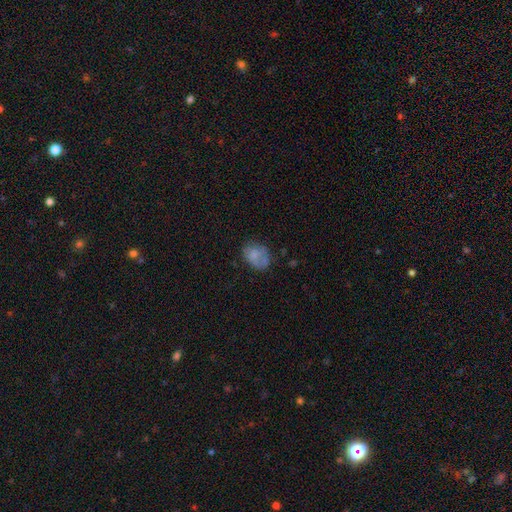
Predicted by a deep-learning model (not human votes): Q: Smooth or featured?
A: smooth (70%); runner-up: featured or disk (21%)
Q: How rounded?
A: in between (64%); runner-up: round (34%)
Q: Merging?
A: none (52%); runner-up: minor disturbance (28%)